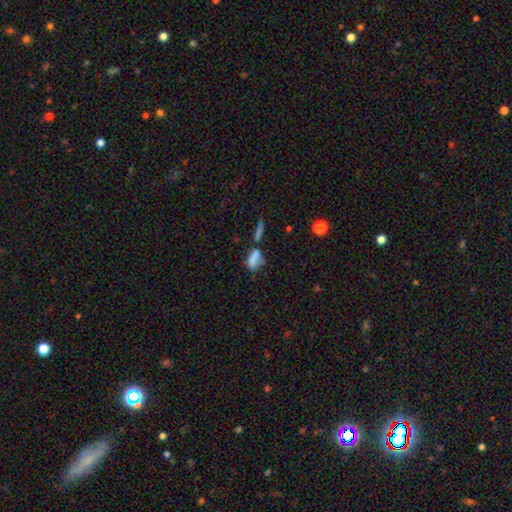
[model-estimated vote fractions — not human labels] Smooth or featured: smooth — 66% (featured or disk — 20%)
How rounded: in between — 75% (cigar-shaped — 14%)
Merging: merger — 35% (none — 32%)